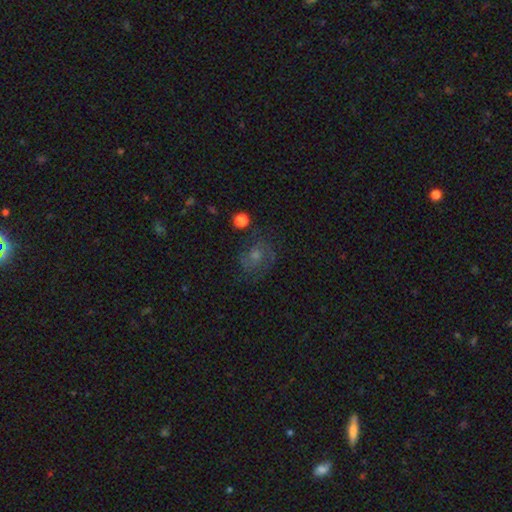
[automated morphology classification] Overall: featured or disk (45%; smooth 36%). Merging: none (65%).